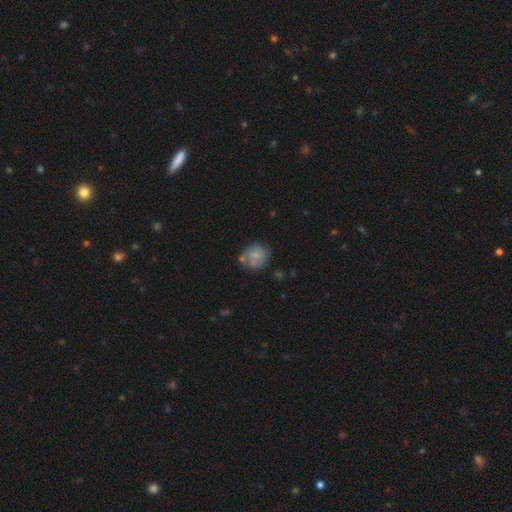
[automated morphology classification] This is possibly a smooth galaxy (60%). How rounded: likely round (69%). Merging: possibly none (51%).